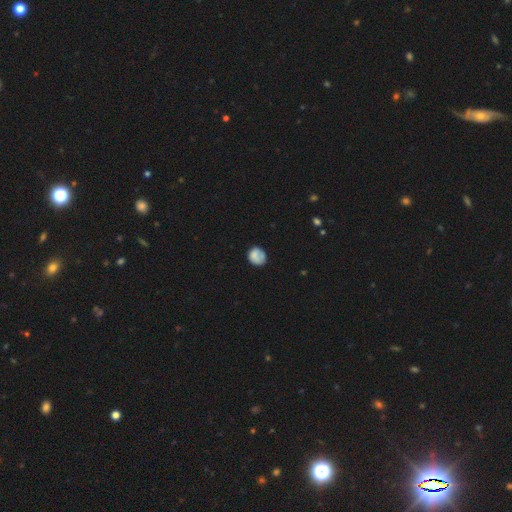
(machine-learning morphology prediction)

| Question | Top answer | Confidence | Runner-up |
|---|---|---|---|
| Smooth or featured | smooth | 75% | featured or disk (16%) |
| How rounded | round | 77% | in between (22%) |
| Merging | none | 63% | minor disturbance (25%) |